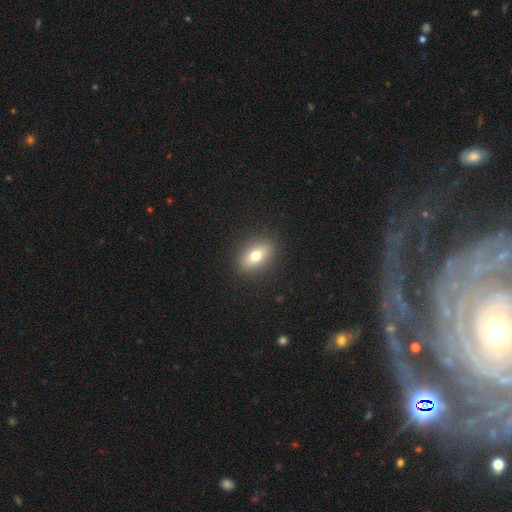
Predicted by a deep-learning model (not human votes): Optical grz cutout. It shows a smooth galaxy with no disk features (73%) that is in between round and cigar-shaped (79%). Merging: none (89%).